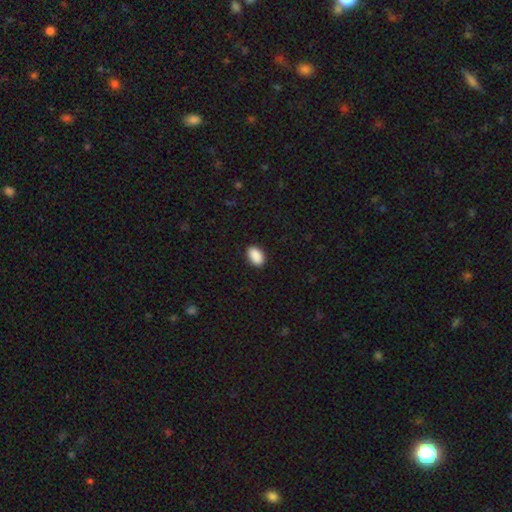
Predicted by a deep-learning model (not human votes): A smooth galaxy with no disk features (91%) that is in between round and cigar-shaped (90%). Merging: none (90%).